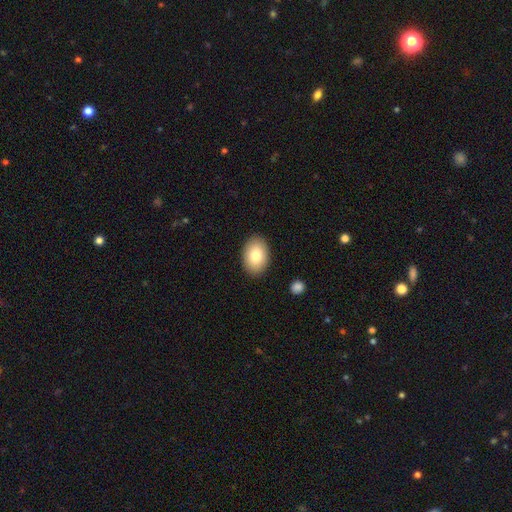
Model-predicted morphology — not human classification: This is clearly a smooth galaxy (83%). How rounded: clearly in between (87%). Merging: clearly none (89%).